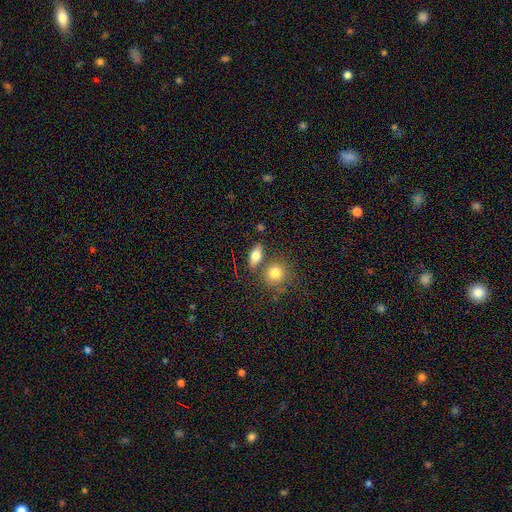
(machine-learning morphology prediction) Smooth or featured: smooth — 73% (featured or disk — 18%)
How rounded: in between — 72% (round — 14%)
Merging: none — 69% (merger — 16%)